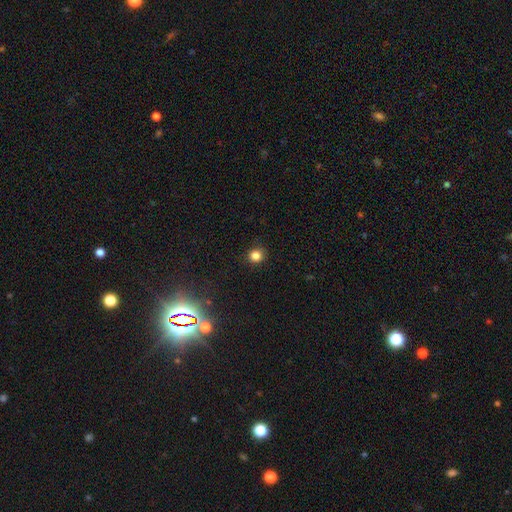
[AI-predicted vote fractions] Smooth or featured?
  - smooth: 82% *
  - star or artifact: 14%
  - featured or disk: 4%
How rounded?
  - round: 91% *
  - in between: 8%
  - cigar-shaped: 1%
Merging?
  - none: 90% *
  - minor disturbance: 7%
  - major disturbance: 2%
  - merger: 1%